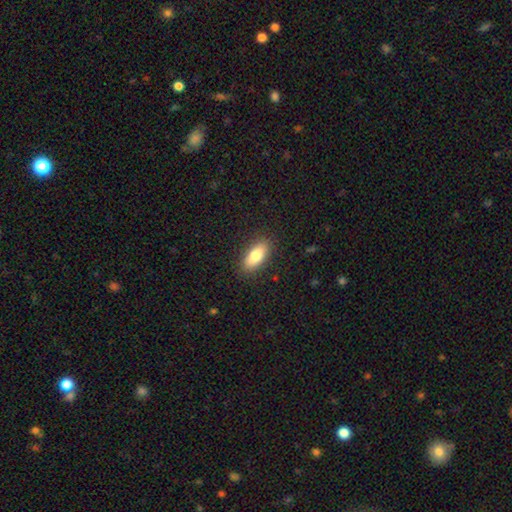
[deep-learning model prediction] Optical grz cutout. It shows a smooth galaxy with no disk features (80%) that is in between round and cigar-shaped (81%). Merging: none (88%).